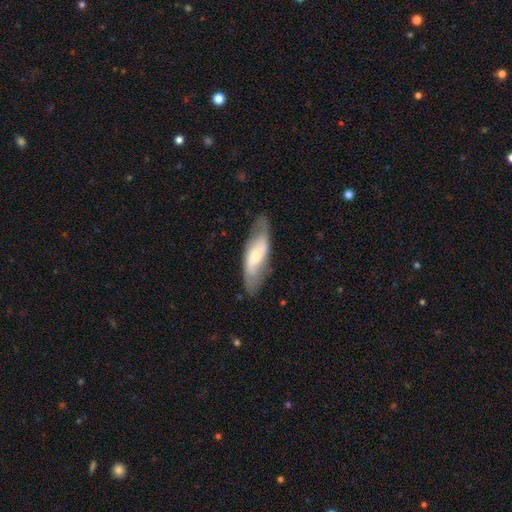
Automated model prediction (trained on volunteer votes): featured or disk 57%, smooth 37%, star or artifact 6%. Down the decision tree: edge-on disk — no (81%); merging — none (73%).